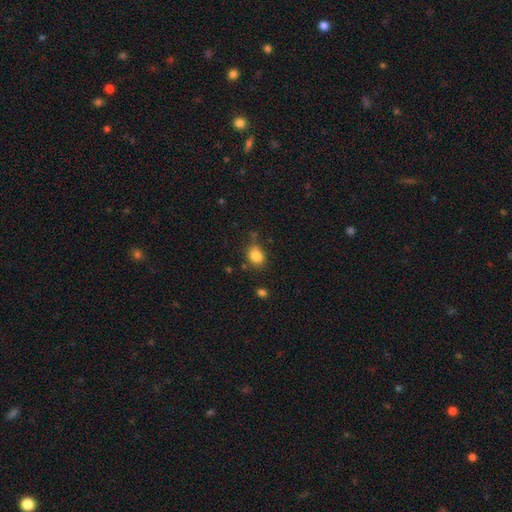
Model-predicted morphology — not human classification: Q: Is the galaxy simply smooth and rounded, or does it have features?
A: smooth — 84%.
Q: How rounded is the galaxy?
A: in between — 61%.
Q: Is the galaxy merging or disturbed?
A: none — 69%.